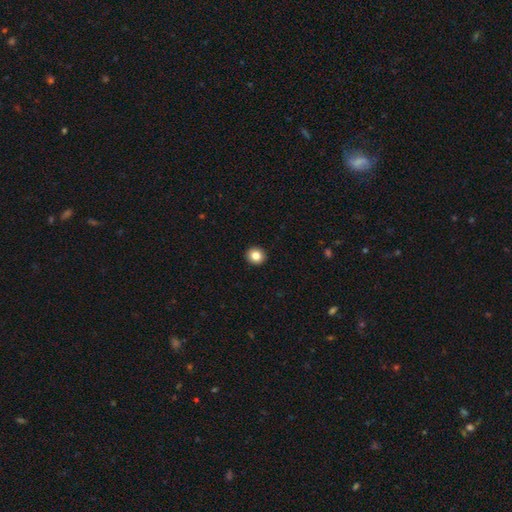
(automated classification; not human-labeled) A smooth galaxy with no disk features (84%) that is round (88%). Merging: none (93%).